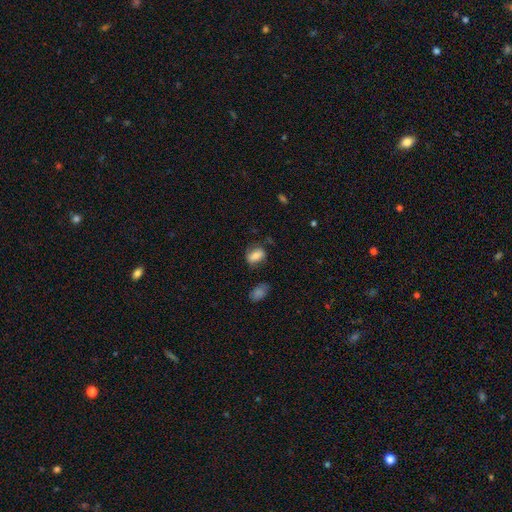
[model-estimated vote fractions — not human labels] Overall: smooth (77%). How rounded: in between (82%). Merging: none (61%; minor disturbance 26%).